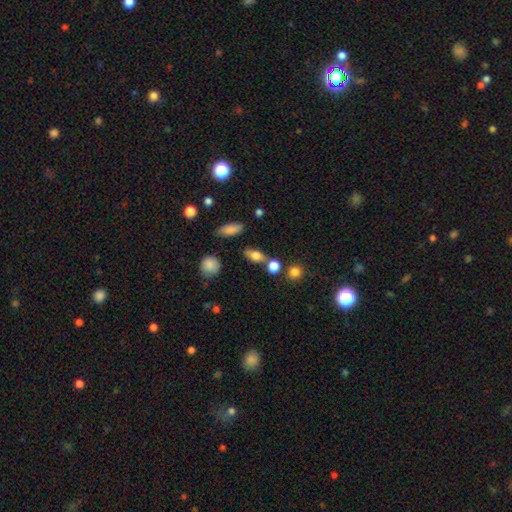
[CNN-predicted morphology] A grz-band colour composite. It shows a smooth galaxy with no disk features (70%) that is in between round and cigar-shaped (66%). Merging: none (64%).